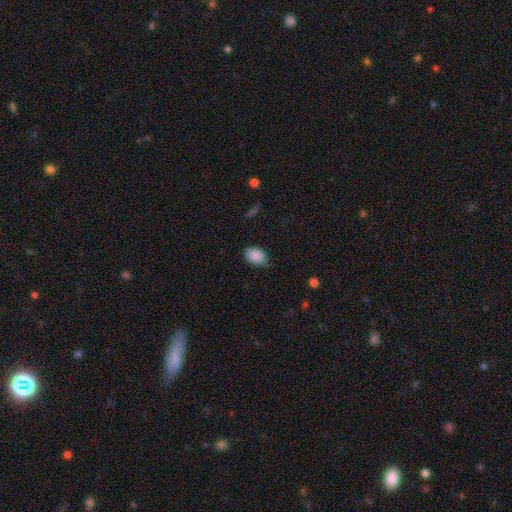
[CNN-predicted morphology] smooth_or_featured: smooth (p=0.89) [alt: star or artifact p=0.07]
how_rounded: in between (p=0.86) [alt: round p=0.13]
merging: none (p=0.79) [alt: minor disturbance p=0.17]